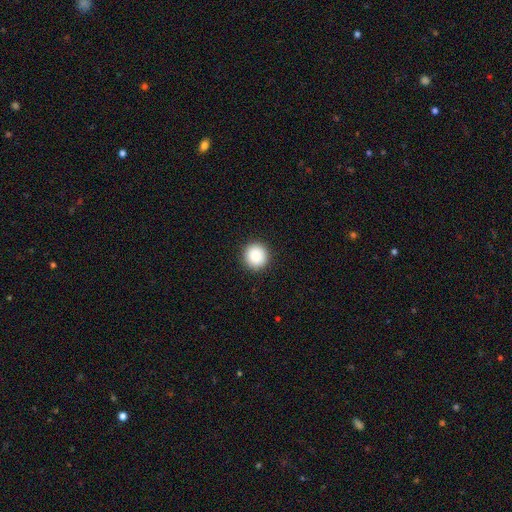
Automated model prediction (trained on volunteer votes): Smooth or featured: smooth — 88% (star or artifact — 8%)
How rounded: round — 94% (in between — 5%)
Merging: none — 92% (minor disturbance — 5%)